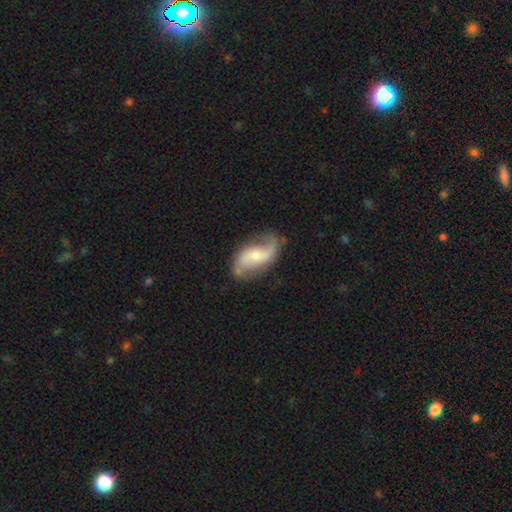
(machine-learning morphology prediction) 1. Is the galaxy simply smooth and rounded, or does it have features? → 79% featured or disk, 15% smooth, 6% star or artifact.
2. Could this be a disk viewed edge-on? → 96% no, 4% yes.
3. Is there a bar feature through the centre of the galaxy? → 44% no, 40% weak, 16% strong.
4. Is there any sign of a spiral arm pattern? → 94% yes, 6% no.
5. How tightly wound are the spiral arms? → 70% loose, 24% medium, 6% tight.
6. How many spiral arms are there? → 88% 2, 6% 1, 3% can't tell, 1% 3, 1% 4, 1% more than 4.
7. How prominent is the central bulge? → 50% small, 38% moderate, 6% none, 5% large, 1% dominant.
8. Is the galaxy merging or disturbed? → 69% none, 19% minor disturbance, 9% major disturbance, 3% merger.